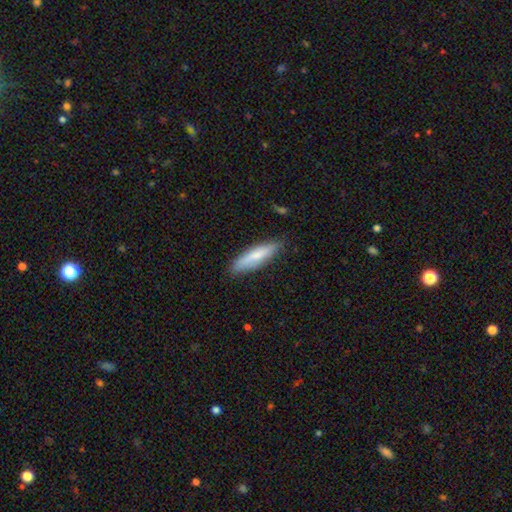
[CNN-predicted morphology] type=smooth (72%); roundness=cigar-shaped (72%); merging=none (80%).